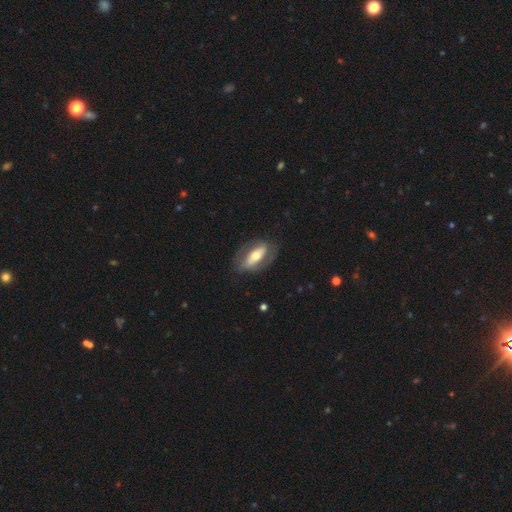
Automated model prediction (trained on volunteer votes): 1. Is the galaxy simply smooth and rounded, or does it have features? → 62% featured or disk, 33% smooth, 5% star or artifact.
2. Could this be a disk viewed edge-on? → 79% no, 21% yes.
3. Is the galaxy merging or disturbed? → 75% none, 15% minor disturbance, 9% major disturbance, 1% merger.